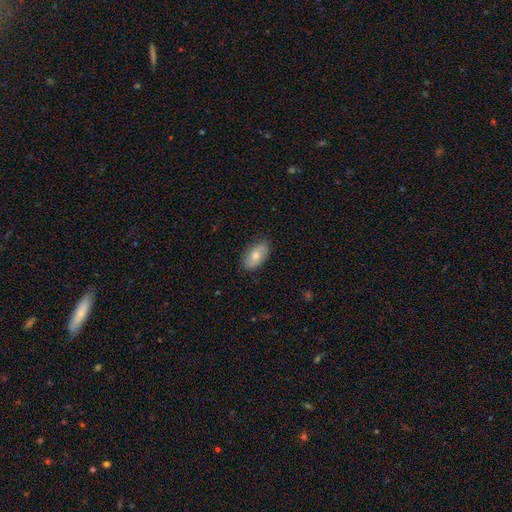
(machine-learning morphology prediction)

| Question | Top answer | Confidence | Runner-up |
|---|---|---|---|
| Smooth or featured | smooth | 73% | featured or disk (21%) |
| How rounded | in between | 93% | round (4%) |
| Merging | none | 83% | minor disturbance (14%) |